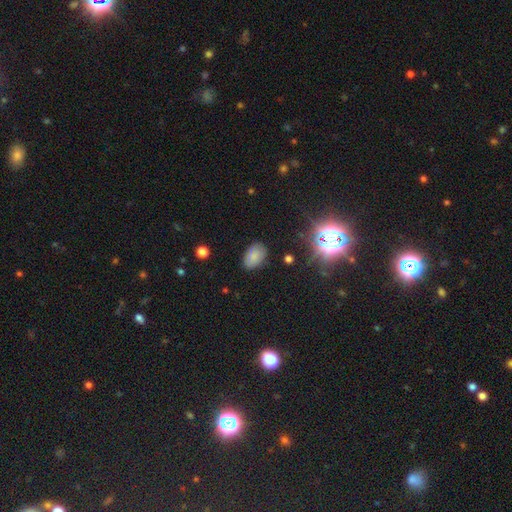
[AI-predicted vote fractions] The model was most divided on "smooth or featured": smooth: 79%, star or artifact: 13%, featured or disk: 8%. More confident: how rounded — in between (91%); merging — none (81%).